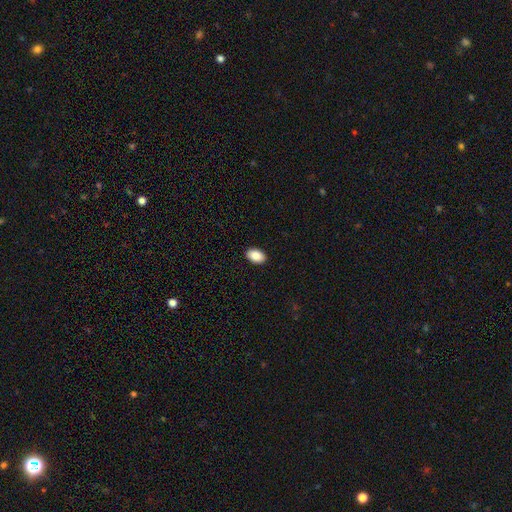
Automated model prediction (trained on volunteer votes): smooth-or-featured: smooth: 87% | star or artifact: 7% | featured or disk: 6%
  how-rounded: in between: 91% | round: 8% | cigar-shaped: 1%
  merging: none: 91% | minor disturbance: 6% | major disturbance: 2% | merger: 1%